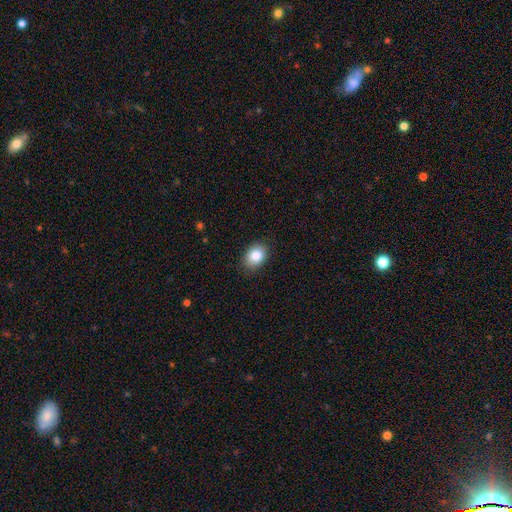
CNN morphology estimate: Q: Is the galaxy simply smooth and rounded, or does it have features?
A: smooth — 85%.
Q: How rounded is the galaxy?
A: in between — 70%.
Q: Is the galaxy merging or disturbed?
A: none — 87%.